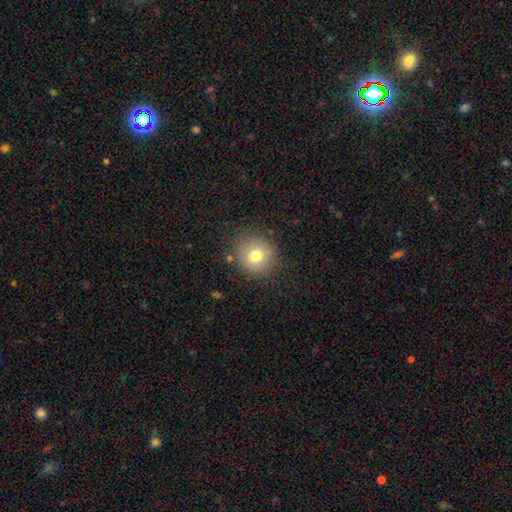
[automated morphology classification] Q: Smooth or featured?
A: smooth (75%); runner-up: featured or disk (12%)
Q: How rounded?
A: round (88%); runner-up: in between (11%)
Q: Merging?
A: none (83%); runner-up: minor disturbance (11%)